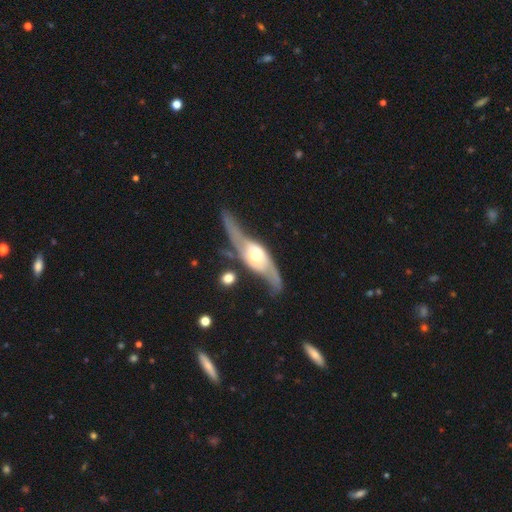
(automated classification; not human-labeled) The model was most divided on "edge-on disk": no: 52%, yes: 48%. More confident: smooth or featured — featured or disk (84%); merging — none (55%).